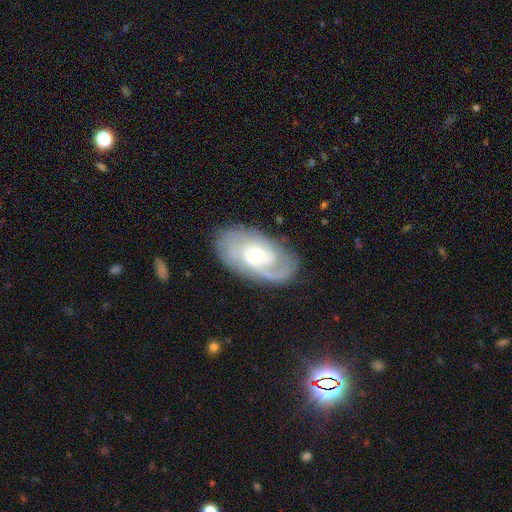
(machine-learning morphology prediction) Overall: featured or disk (85%). Edge-on disk: no (96%). Bar: no (67%; weak 28%). Spiral arms: yes (96%). Spiral arm count: 2 (39%; can't tell 25%). Spiral winding: tight (57%; medium 34%). Bulge size: small (47%, tied with moderate). Merging: none (78%).